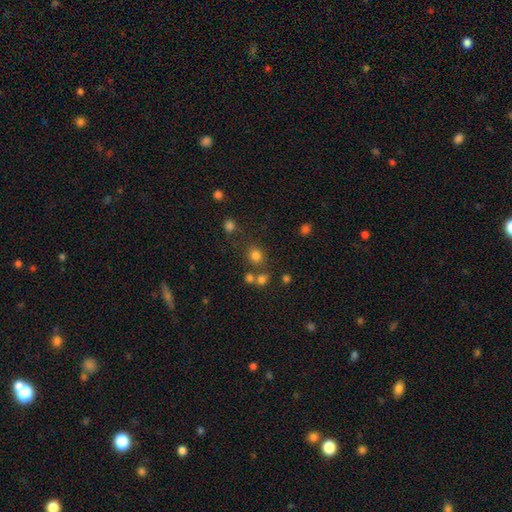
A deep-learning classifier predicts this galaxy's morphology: Overall: smooth (76%). How rounded: round (81%). Merging: none (71%).